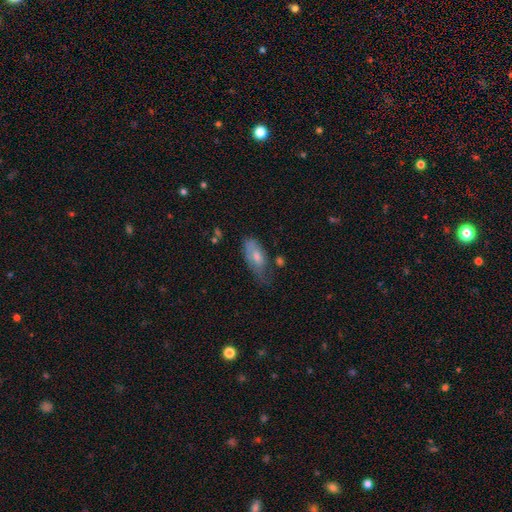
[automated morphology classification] Smooth or featured: smooth — 62% (featured or disk — 31%)
How rounded: in between — 87% (cigar-shaped — 10%)
Merging: minor disturbance — 38% (none — 37%)